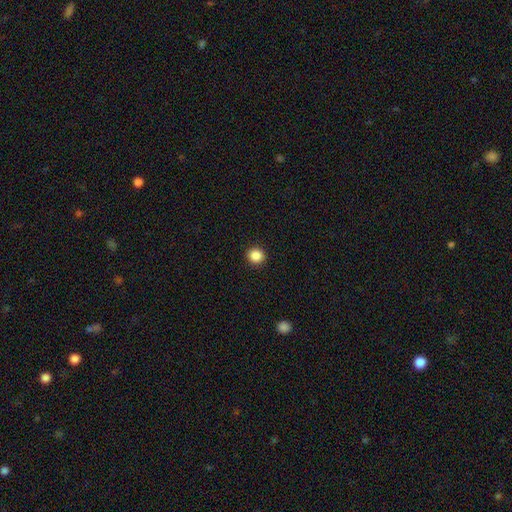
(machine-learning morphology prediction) This appears to be a smooth galaxy with no disk features (87%) that is round (91%). Merging: none (93%).